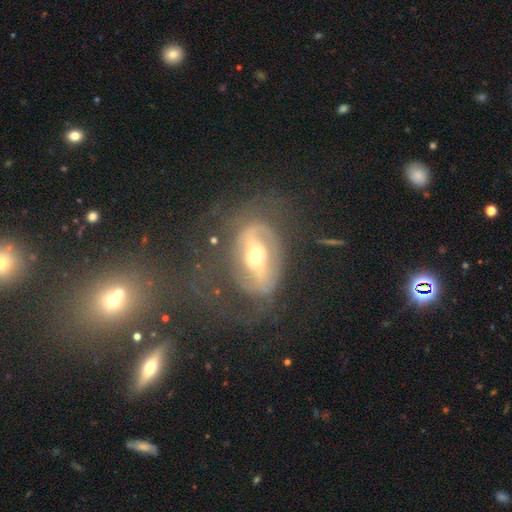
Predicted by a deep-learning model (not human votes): Q: Smooth or featured?
A: featured or disk (79%); runner-up: smooth (14%)
Q: Edge-on disk?
A: no (94%); runner-up: yes (6%)
Q: Bar?
A: strong (48%); runner-up: weak (33%)
Q: Spiral arms?
A: yes (74%); runner-up: no (26%)
Q: Spiral winding?
A: medium (40%); runner-up: tight (36%)
Q: Spiral arm count?
A: 2 (61%); runner-up: can't tell (20%)
Q: Bulge size?
A: moderate (67%); runner-up: small (24%)
Q: Merging?
A: none (51%); runner-up: major disturbance (28%)